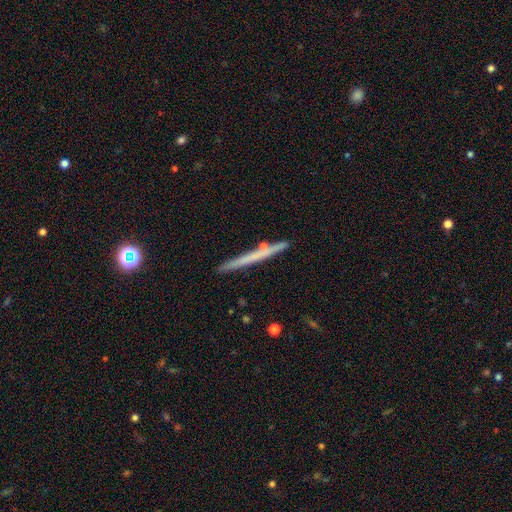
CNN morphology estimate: smooth 47%, featured or disk 46%, star or artifact 7%. Down the decision tree: merging — none (87%).